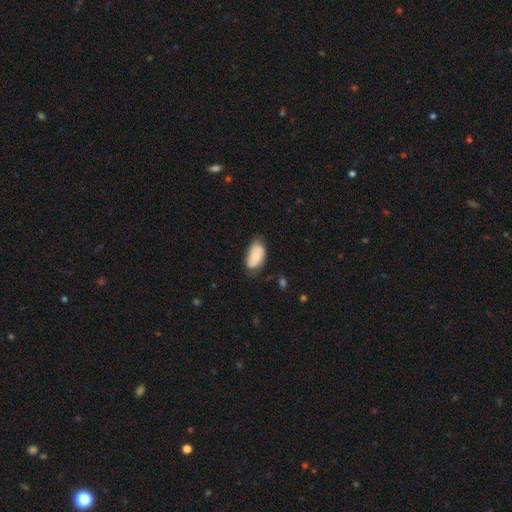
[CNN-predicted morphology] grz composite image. It shows a smooth galaxy with no disk features (58%) that is in between round and cigar-shaped (93%). Merging: none (65%).